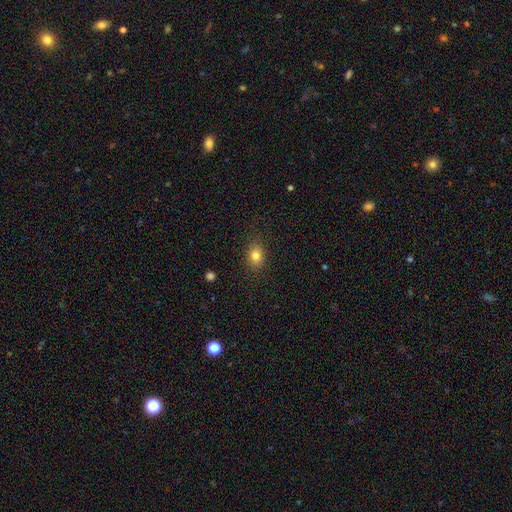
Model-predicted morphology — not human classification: Overall: smooth (81%). How rounded: in between (54%; round 44%). Merging: none (85%).